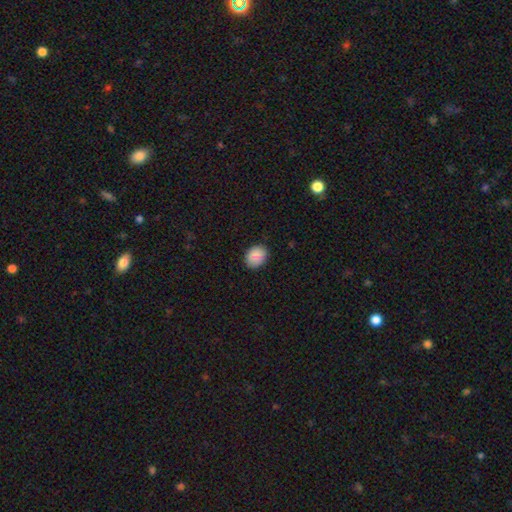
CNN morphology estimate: Smooth or featured? smooth (89%)
How rounded? in between (53%)
Merging? none (88%)